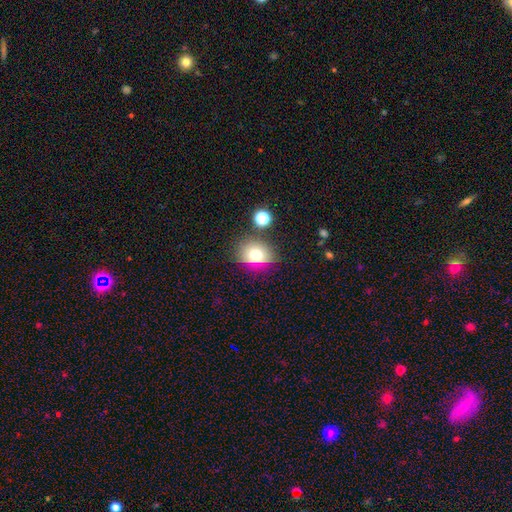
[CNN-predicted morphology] Overall: smooth (70%). How rounded: round (59%; in between 40%). Merging: none (78%).